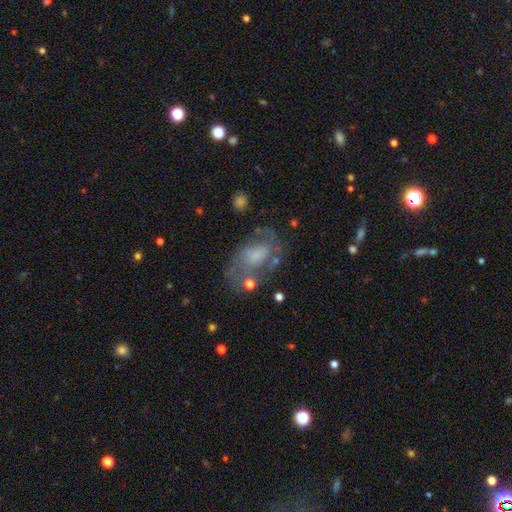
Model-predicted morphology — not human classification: The model was most divided on "bulge size": none: 34%, moderate: 25%, small: 25%, large: 13%, dominant: 2%. More confident: edge-on disk — no (97%); spiral arms — yes (67%); bar — no (61%); smooth or featured — featured or disk (61%); merging — none (51%).